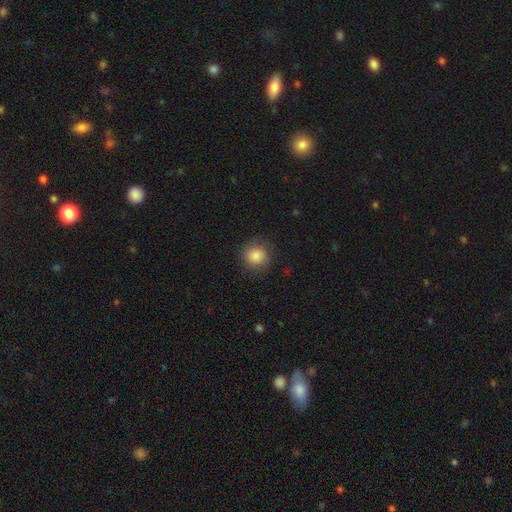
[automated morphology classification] Smooth or featured? Predicted: smooth (p=0.86). How rounded? Predicted: round (p=0.90). Merging? Predicted: none (p=0.83).